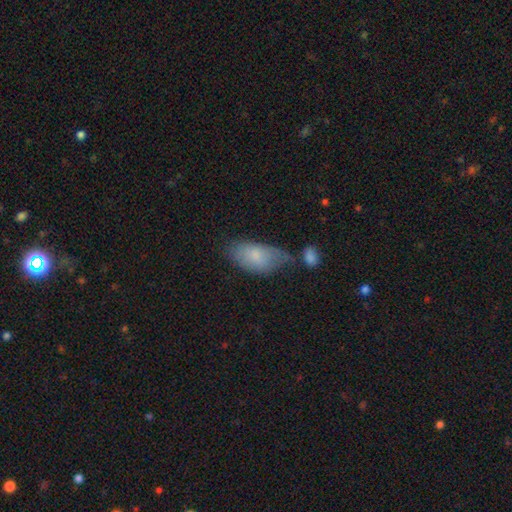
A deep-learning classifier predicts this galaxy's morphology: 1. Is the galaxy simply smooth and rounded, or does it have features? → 79% smooth, 15% featured or disk, 7% star or artifact.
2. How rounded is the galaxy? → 93% in between, 4% cigar-shaped, 3% round.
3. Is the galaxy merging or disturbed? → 51% none, 27% minor disturbance, 12% merger, 9% major disturbance.